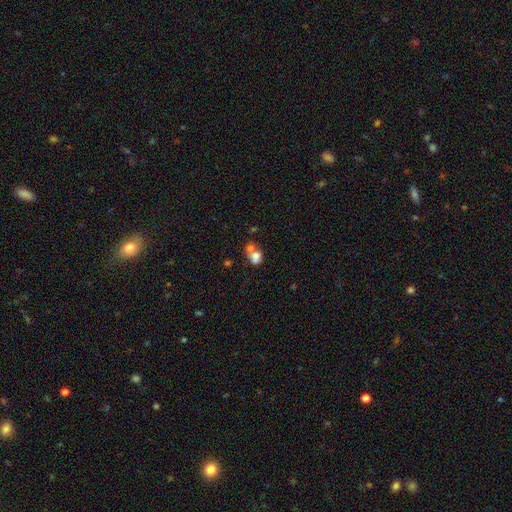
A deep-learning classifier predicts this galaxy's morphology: This is likely a smooth galaxy (70%). How rounded: possibly in between (50%). Merging: likely merger (60%).